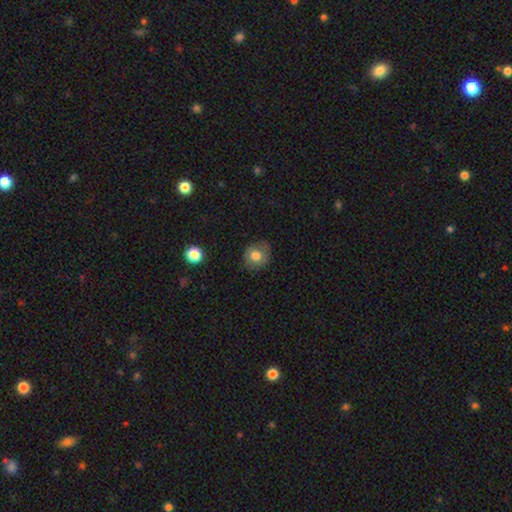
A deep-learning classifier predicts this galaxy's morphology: Smooth or featured: smooth — 76% (featured or disk — 14%)
How rounded: round — 77% (in between — 22%)
Merging: none — 76% (minor disturbance — 18%)